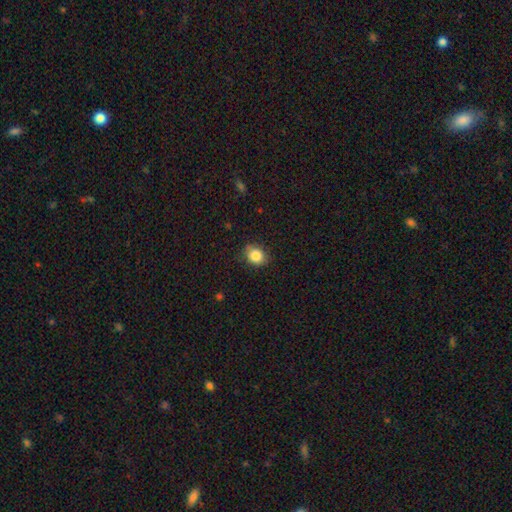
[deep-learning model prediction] A smooth galaxy with no disk features (86%) that is round (57%). Merging: none (80%).